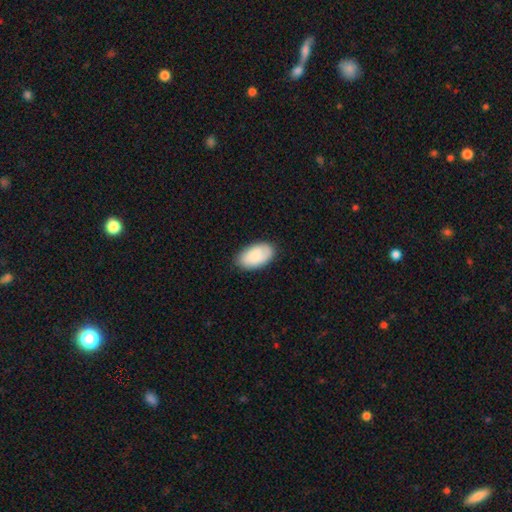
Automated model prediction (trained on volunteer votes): Smooth or featured: smooth — 74% (featured or disk — 19%)
How rounded: in between — 95% (round — 4%)
Merging: none — 82% (minor disturbance — 14%)